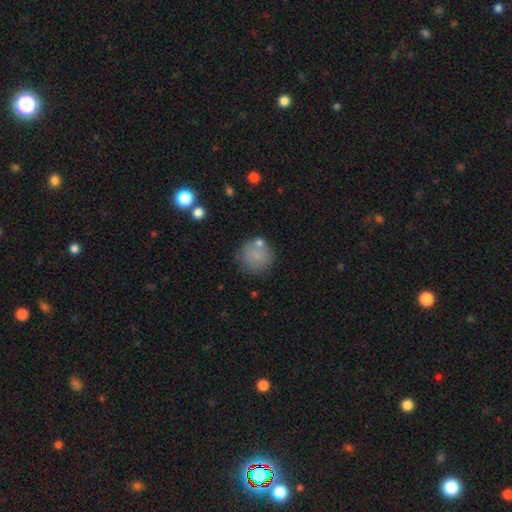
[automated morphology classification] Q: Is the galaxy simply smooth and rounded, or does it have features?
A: smooth — 75%.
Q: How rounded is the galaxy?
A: round — 92%.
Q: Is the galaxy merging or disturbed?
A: none — 67%.